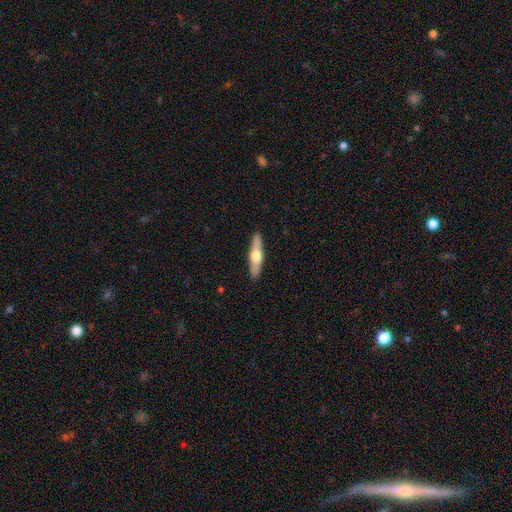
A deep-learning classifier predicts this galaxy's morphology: type=featured or disk (53%); edge-on=yes (91%); merging=none (90%).